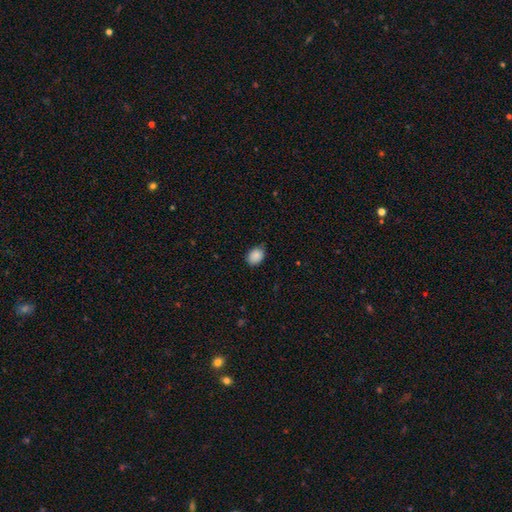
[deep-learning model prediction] Q: Smooth or featured?
A: smooth (88%); runner-up: star or artifact (8%)
Q: How rounded?
A: in between (66%); runner-up: round (34%)
Q: Merging?
A: none (76%); runner-up: minor disturbance (20%)